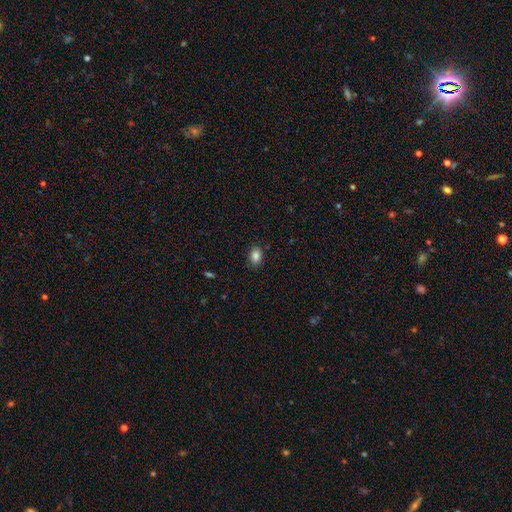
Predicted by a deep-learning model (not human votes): The model was most divided on "how rounded": in between: 74%, round: 24%, cigar-shaped: 1%. More confident: merging — none (86%); smooth or featured — smooth (86%).